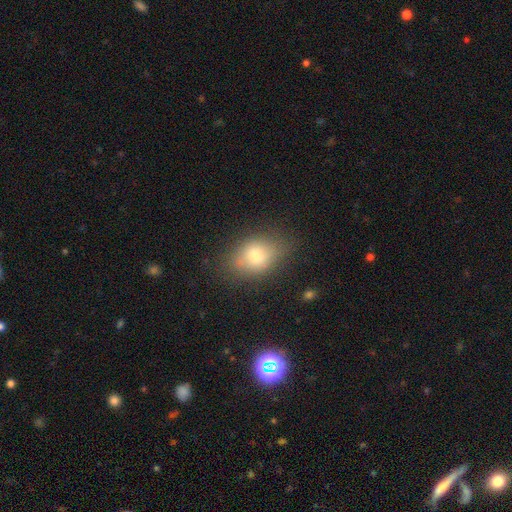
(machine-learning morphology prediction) This is likely a smooth galaxy (69%). How rounded: likely in between (72%). Merging: likely none (75%).